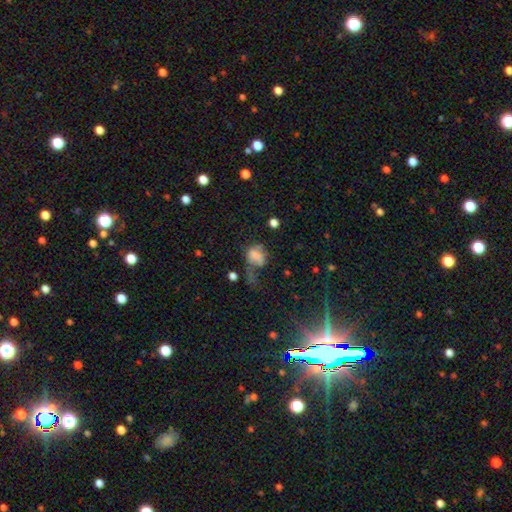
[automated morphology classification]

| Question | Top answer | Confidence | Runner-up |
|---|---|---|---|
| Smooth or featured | smooth | 60% | featured or disk (26%) |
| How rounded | in between | 68% | round (31%) |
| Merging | major disturbance | 55% | minor disturbance (19%) |